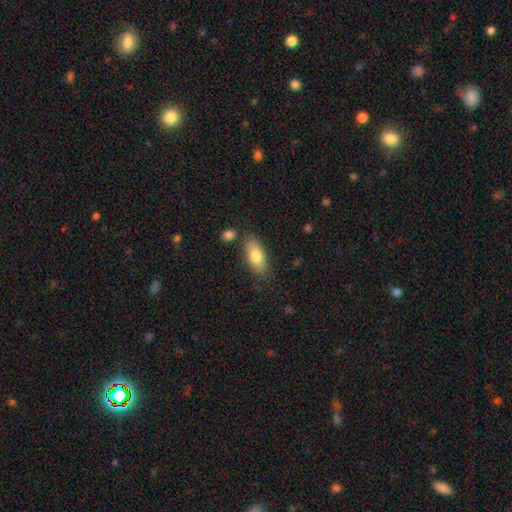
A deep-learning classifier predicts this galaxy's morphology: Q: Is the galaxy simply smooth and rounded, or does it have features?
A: smooth — 76%.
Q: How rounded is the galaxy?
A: in between — 83%.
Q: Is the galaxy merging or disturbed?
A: none — 78%.